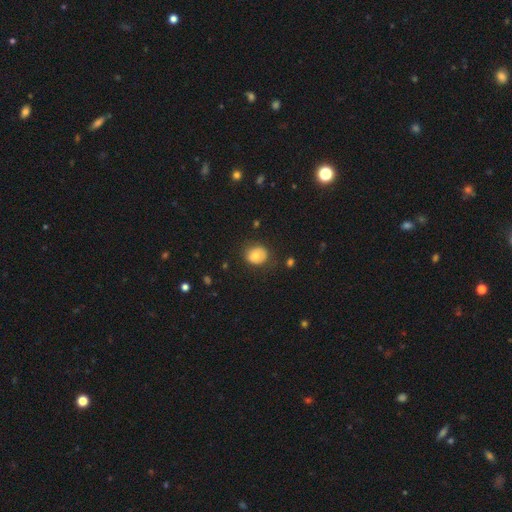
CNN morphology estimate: type=smooth (70%); roundness=round (68%); merging=none (72%).